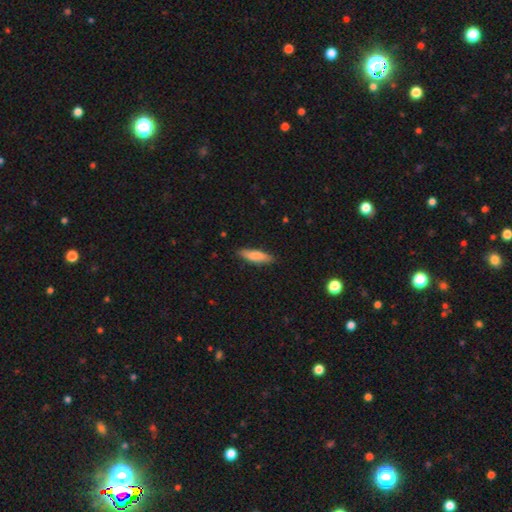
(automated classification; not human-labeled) Smooth or featured?
  - smooth: 80% *
  - featured or disk: 14%
  - star or artifact: 6%
How rounded?
  - cigar-shaped: 63% *
  - in between: 35%
  - round: 2%
Merging?
  - none: 84% *
  - minor disturbance: 13%
  - major disturbance: 2%
  - merger: 1%